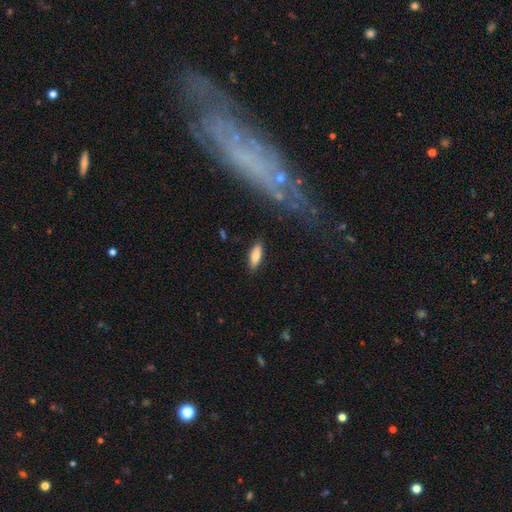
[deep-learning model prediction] Smooth or featured? Predicted: smooth (p=0.81). How rounded? Predicted: in between (p=0.61). Merging? Predicted: none (p=0.86).